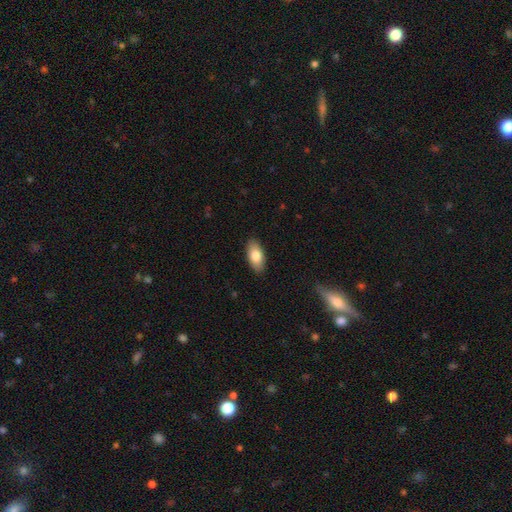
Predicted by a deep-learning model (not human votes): Q: Smooth or featured?
A: smooth (82%); runner-up: featured or disk (12%)
Q: How rounded?
A: in between (92%); runner-up: cigar-shaped (5%)
Q: Merging?
A: none (89%); runner-up: minor disturbance (9%)